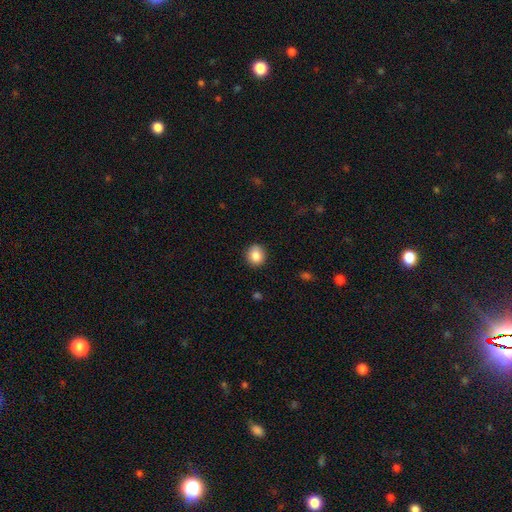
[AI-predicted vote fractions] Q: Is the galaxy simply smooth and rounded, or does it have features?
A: smooth — 85%.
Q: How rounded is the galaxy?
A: round — 88%.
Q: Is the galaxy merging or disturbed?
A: none — 90%.